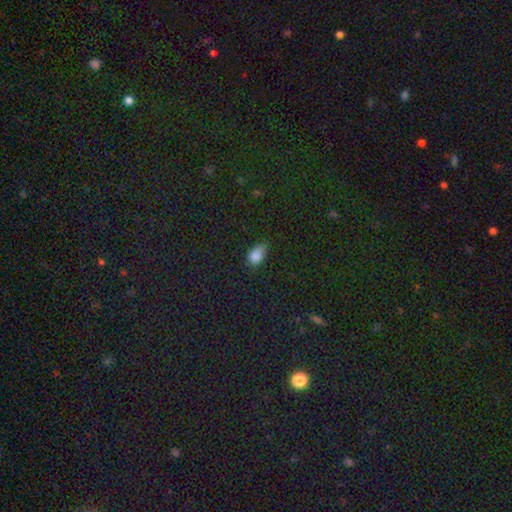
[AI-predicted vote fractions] Smooth or featured: smooth — 84% (star or artifact — 11%)
How rounded: in between — 83% (round — 14%)
Merging: none — 49% (minor disturbance — 40%)